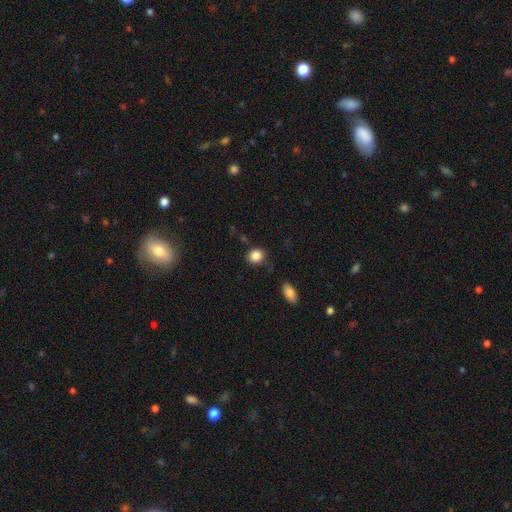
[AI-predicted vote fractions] Smooth or featured: smooth — 86% (star or artifact — 9%)
How rounded: round — 78% (in between — 20%)
Merging: none — 82% (minor disturbance — 11%)